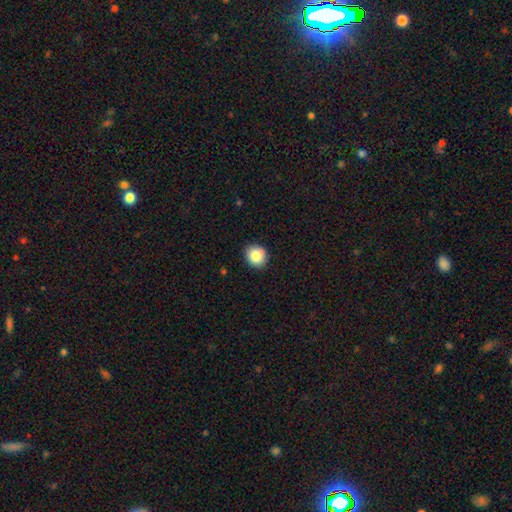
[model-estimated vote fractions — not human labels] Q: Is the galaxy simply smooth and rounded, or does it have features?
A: smooth — 84%.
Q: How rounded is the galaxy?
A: round — 83%.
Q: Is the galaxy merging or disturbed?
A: none — 88%.